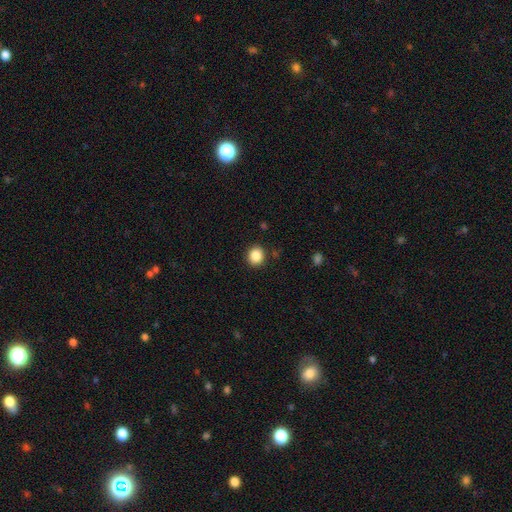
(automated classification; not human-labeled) This appears to be a smooth galaxy with no disk features (86%) that is round (80%). Merging: none (89%).